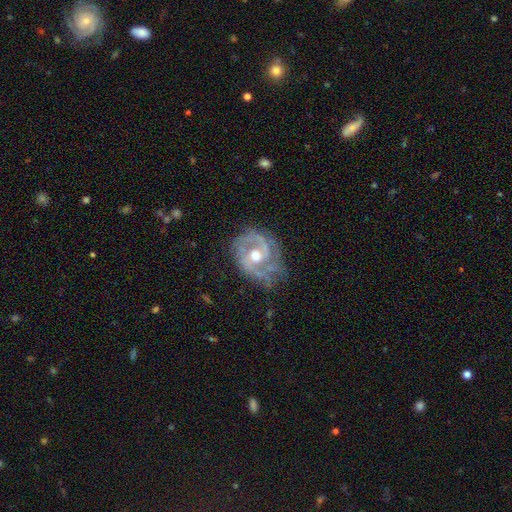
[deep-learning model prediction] A featured or disk galaxy (86%) with no bar (62%), 2 (51%) tight (43%) spiral arms (90%) and a moderate central bulge (77%). Merging: none (61%).